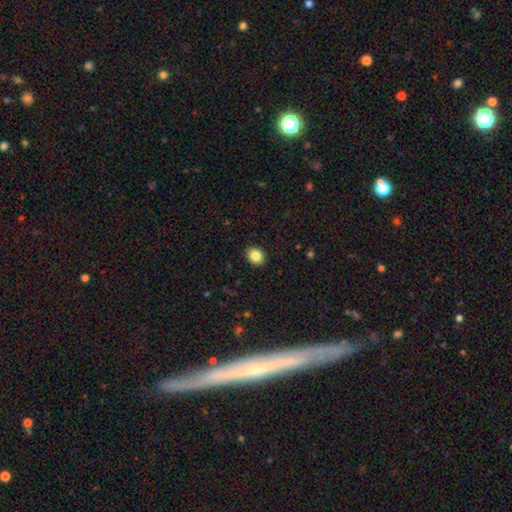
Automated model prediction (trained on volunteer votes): smooth_or_featured: smooth (p=0.86) [alt: star or artifact p=0.09]
how_rounded: in between (p=0.54) [alt: round p=0.45]
merging: none (p=0.91) [alt: minor disturbance p=0.07]